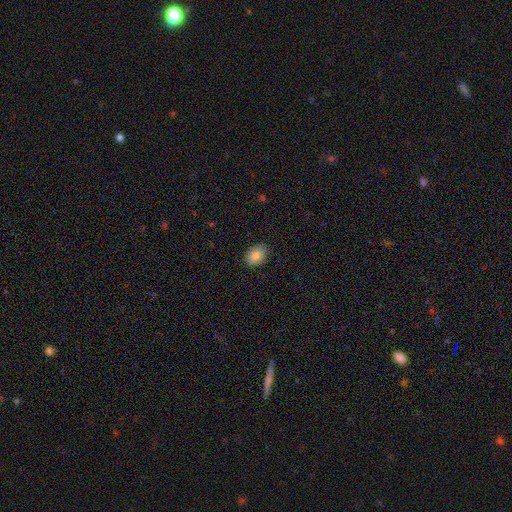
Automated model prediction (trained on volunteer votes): smooth 86%, star or artifact 8%, featured or disk 6%. Down the decision tree: how rounded — in between (76%); merging — none (87%).